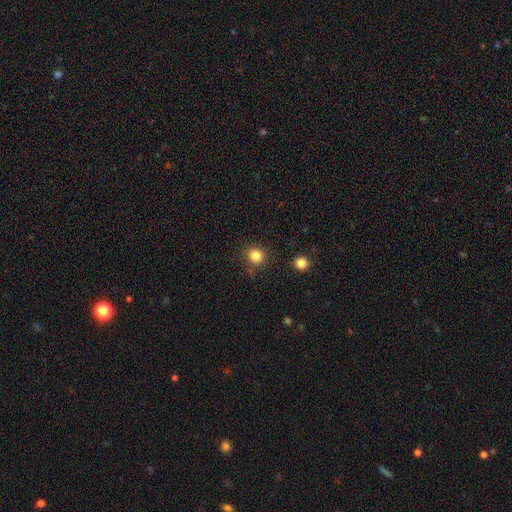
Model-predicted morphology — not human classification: A smooth galaxy with no disk features (83%) that is round (89%).

Vote fractions:
- Smooth or featured? smooth: 83% / star or artifact: 12% / featured or disk: 5%
- How rounded? round: 89% / in between: 10% / cigar-shaped: 1%
- Merging? none: 86% / minor disturbance: 8% / merger: 3% / major disturbance: 3%